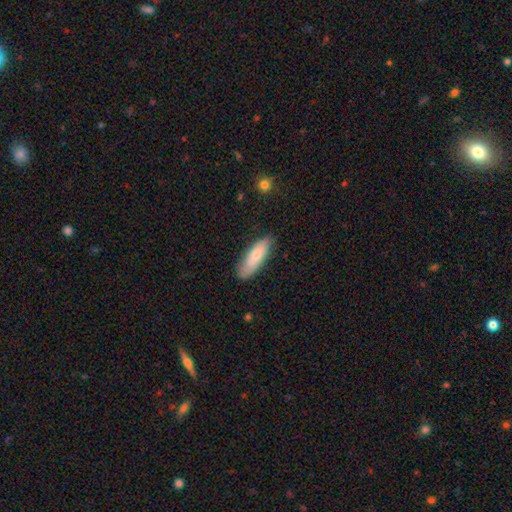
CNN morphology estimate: A smooth galaxy with no disk features (73%) that is in between round and cigar-shaped (57%). Merging: none (79%).